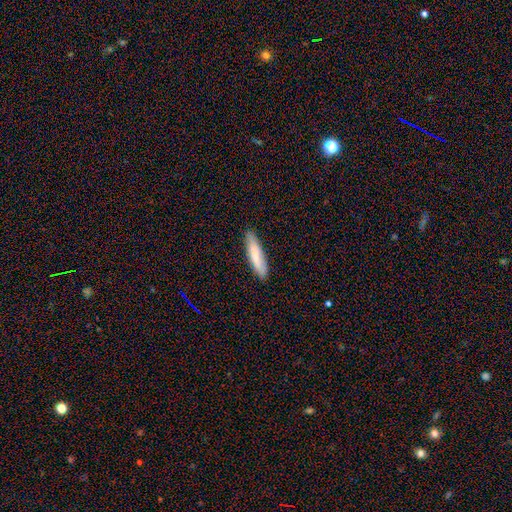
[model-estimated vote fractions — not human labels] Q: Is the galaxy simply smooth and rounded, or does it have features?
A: smooth — 77%.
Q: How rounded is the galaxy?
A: cigar-shaped — 79%.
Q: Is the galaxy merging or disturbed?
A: none — 86%.